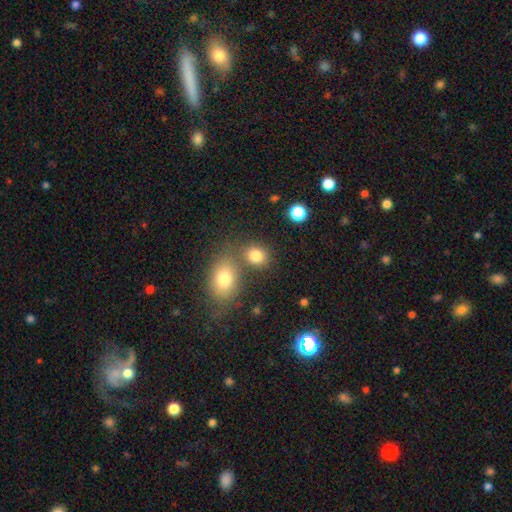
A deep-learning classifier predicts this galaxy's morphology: smooth-or-featured: smooth: 81% | star or artifact: 12% | featured or disk: 7%
  how-rounded: round: 57% | in between: 42% | cigar-shaped: 1%
  merging: none: 61% | merger: 25% | minor disturbance: 10% | major disturbance: 4%